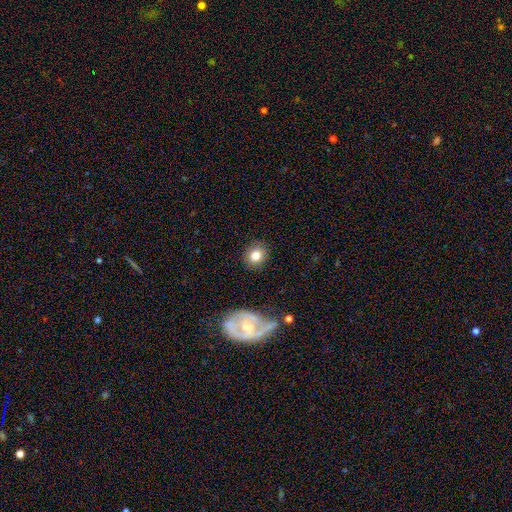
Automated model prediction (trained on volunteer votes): A smooth galaxy with no disk features (80%) that is round (74%).

Vote fractions:
- Smooth or featured? smooth: 80% / featured or disk: 11% / star or artifact: 9%
- How rounded? round: 74% / in between: 25% / cigar-shaped: 1%
- Merging? none: 87% / minor disturbance: 9% / major disturbance: 3% / merger: 2%